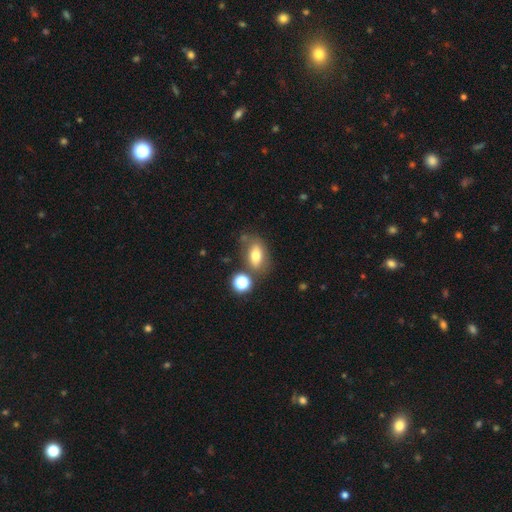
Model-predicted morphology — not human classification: Smooth or featured? smooth (70%)
How rounded? in between (82%)
Merging? none (63%)